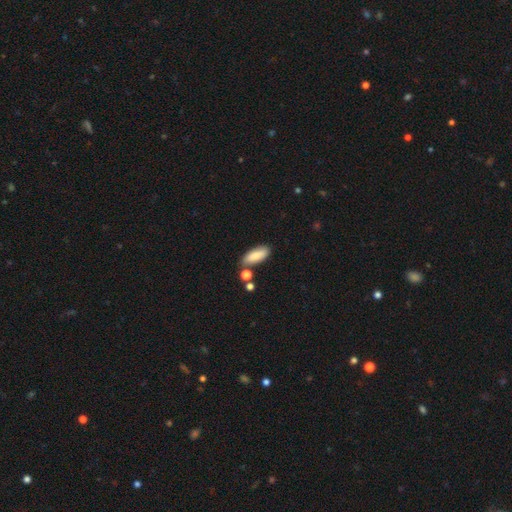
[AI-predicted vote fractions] smooth-or-featured: smooth: 82% | featured or disk: 11% | star or artifact: 7%
  how-rounded: in between: 74% | cigar-shaped: 24% | round: 3%
  merging: none: 75% | minor disturbance: 13% | merger: 9% | major disturbance: 3%